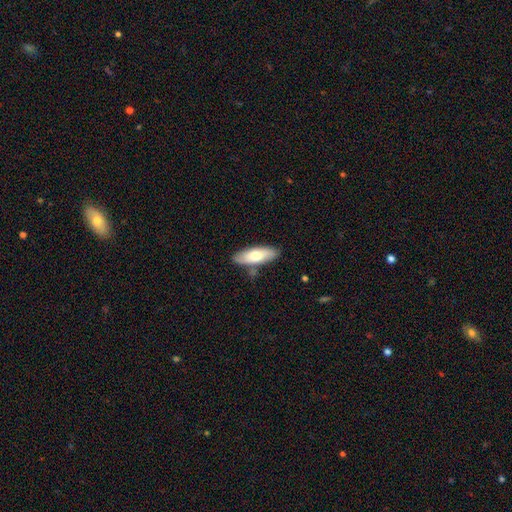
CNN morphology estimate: Smooth or featured? smooth (67%)
How rounded? in between (67%)
Merging? none (81%)